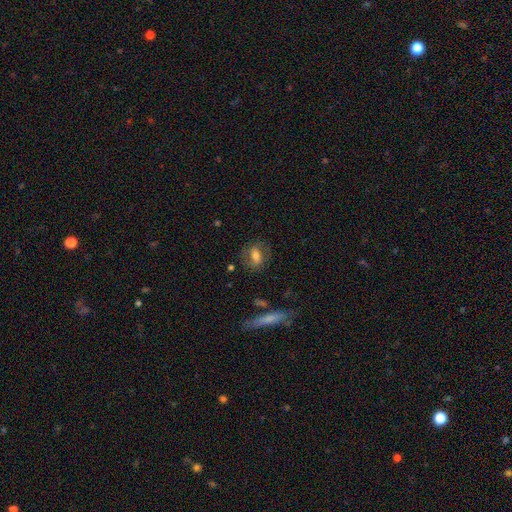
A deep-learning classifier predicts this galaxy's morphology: Q: Smooth or featured?
A: smooth (51%); runner-up: featured or disk (40%)
Q: How rounded?
A: in between (69%); runner-up: round (25%)
Q: Merging?
A: none (72%); runner-up: minor disturbance (16%)